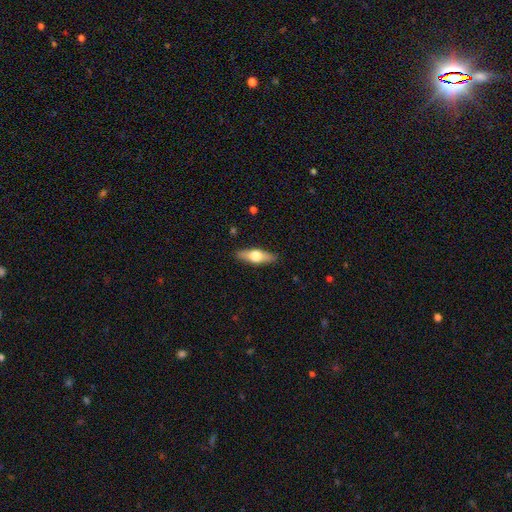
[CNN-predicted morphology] The model was most divided on "smooth or featured": featured or disk: 48%, smooth: 46%, star or artifact: 6%. More confident: merging — none (88%).